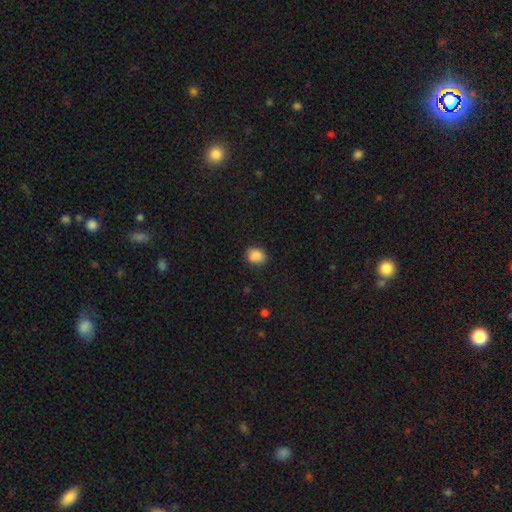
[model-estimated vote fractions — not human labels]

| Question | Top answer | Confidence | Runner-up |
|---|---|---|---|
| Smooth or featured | smooth | 87% | star or artifact (9%) |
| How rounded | in between | 50% | round (49%) |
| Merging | none | 80% | minor disturbance (15%) |